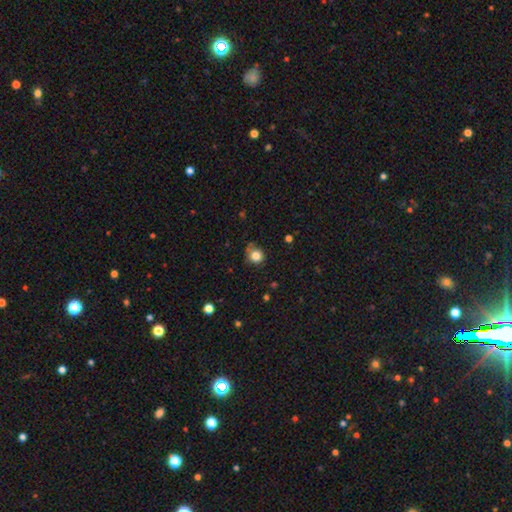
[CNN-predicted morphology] A smooth galaxy with no disk features (82%) that is round (87%). Merging: none (68%).